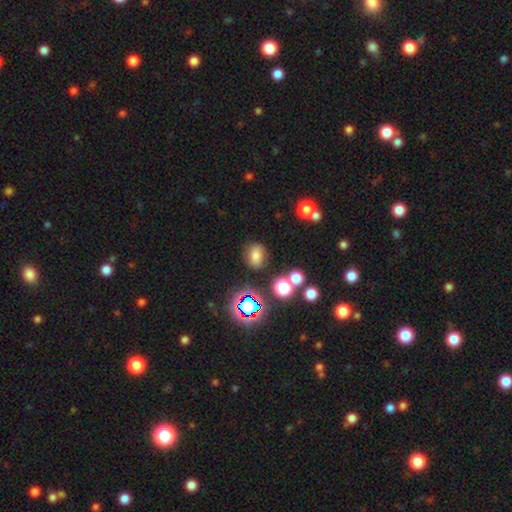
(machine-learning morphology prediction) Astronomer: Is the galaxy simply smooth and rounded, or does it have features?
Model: smooth — 73%.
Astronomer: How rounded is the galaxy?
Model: in between — 63%.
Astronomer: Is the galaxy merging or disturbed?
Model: none — 80%.